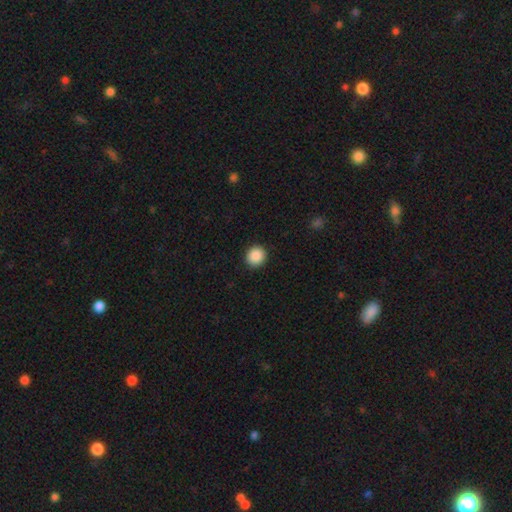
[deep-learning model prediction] A smooth galaxy with no disk features (89%) that is round (90%).

Vote fractions:
- Smooth or featured? smooth: 89% / star or artifact: 9% / featured or disk: 3%
- How rounded? round: 90% / in between: 9% / cigar-shaped: 1%
- Merging? none: 92% / minor disturbance: 5% / major disturbance: 2% / merger: 1%